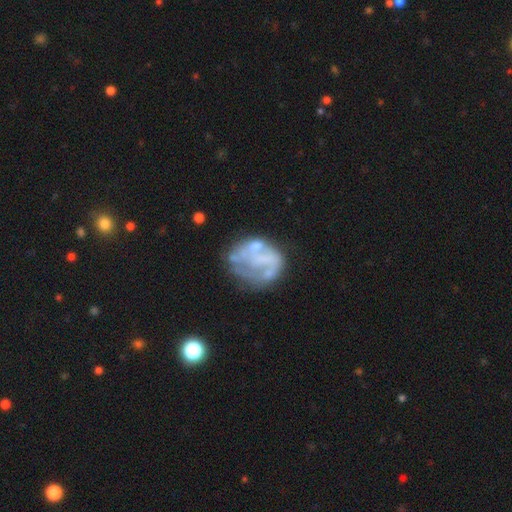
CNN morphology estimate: The model was most divided on "merging": none: 41%, major disturbance: 27%, minor disturbance: 22%, merger: 9%. More confident: edge-on disk — no (98%); bar — no (81%); spiral arms — no (80%); bulge size — none (67%); smooth or featured — featured or disk (61%).